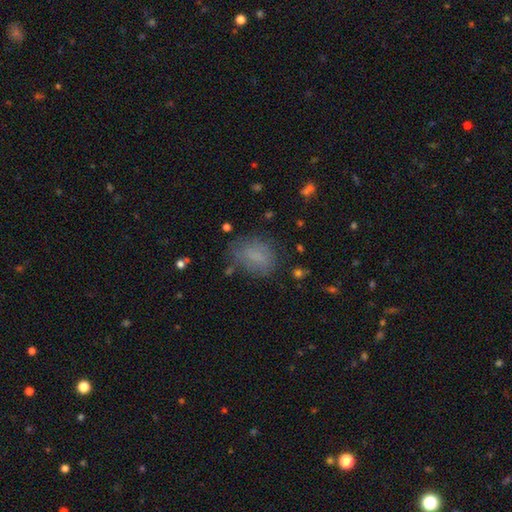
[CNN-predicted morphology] Overall: smooth (70%). How rounded: in between (74%). Merging: none (65%).